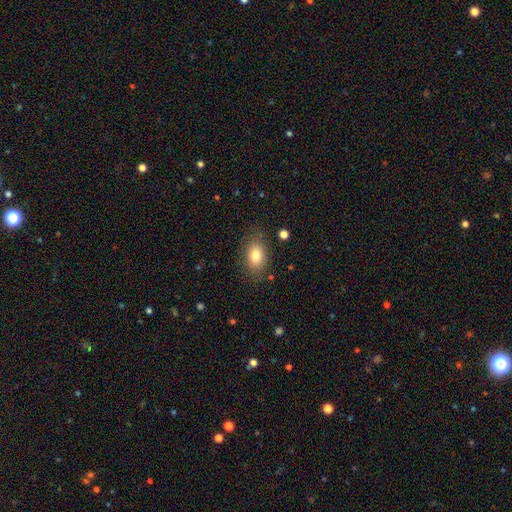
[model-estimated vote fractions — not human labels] Smooth or featured: smooth — 80% (featured or disk — 12%)
How rounded: in between — 86% (round — 12%)
Merging: none — 80% (minor disturbance — 14%)